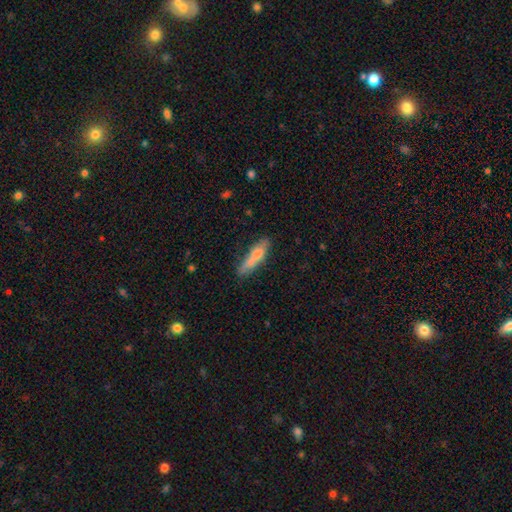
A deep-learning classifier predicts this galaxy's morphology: A smooth galaxy with no disk features (66%) that is cigar-shaped (69%).

Vote fractions:
- Smooth or featured? smooth: 66% / featured or disk: 27% / star or artifact: 7%
- How rounded? cigar-shaped: 69% / in between: 28% / round: 3%
- Merging? none: 50% / merger: 23% / minor disturbance: 20% / major disturbance: 7%